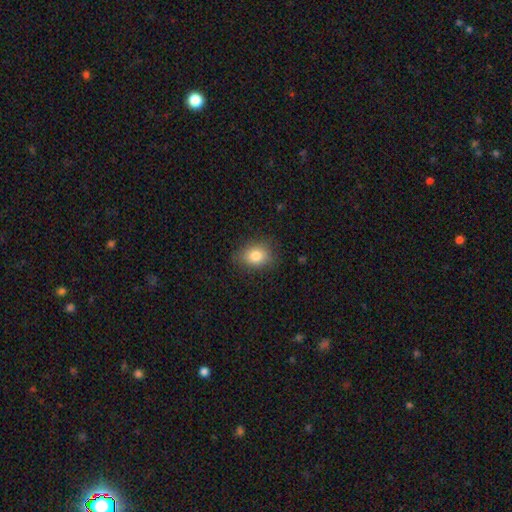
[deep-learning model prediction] Q: Smooth or featured?
A: smooth (81%); runner-up: star or artifact (10%)
Q: How rounded?
A: in between (63%); runner-up: round (36%)
Q: Merging?
A: none (81%); runner-up: minor disturbance (14%)